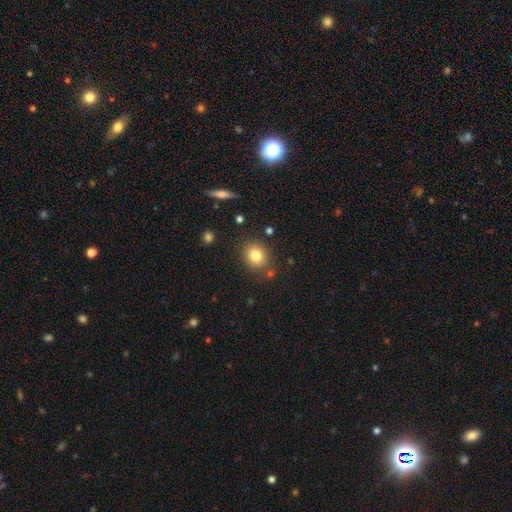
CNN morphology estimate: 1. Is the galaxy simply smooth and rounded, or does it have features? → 81% smooth, 11% star or artifact, 8% featured or disk.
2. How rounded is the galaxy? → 73% round, 26% in between, 1% cigar-shaped.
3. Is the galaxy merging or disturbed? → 81% none, 10% minor disturbance, 5% merger, 3% major disturbance.